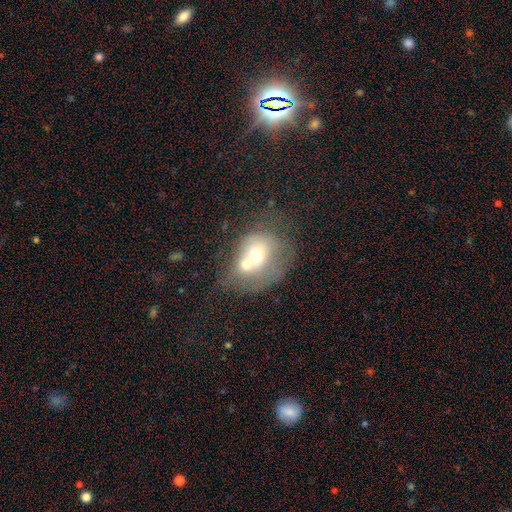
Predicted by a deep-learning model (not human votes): Q: Smooth or featured?
A: smooth (54%); runner-up: featured or disk (35%)
Q: How rounded?
A: round (59%); runner-up: in between (40%)
Q: Merging?
A: merger (65%); runner-up: none (17%)